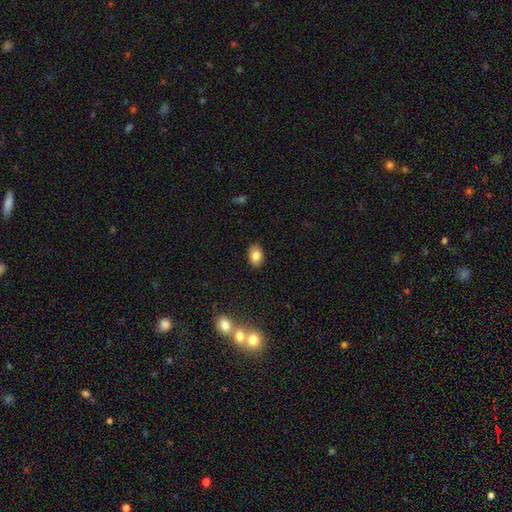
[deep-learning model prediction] The model was most divided on "how rounded": in between: 81%, round: 18%, cigar-shaped: 1%. More confident: merging — none (88%); smooth or featured — smooth (83%).